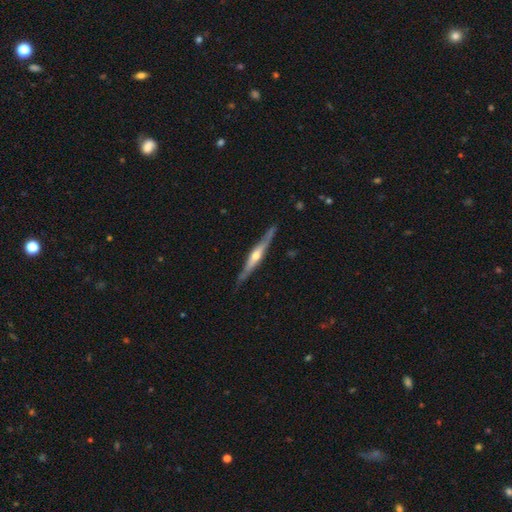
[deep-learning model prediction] smooth_or_featured: featured or disk (p=0.74) [alt: smooth p=0.21]
disk_edge_on: yes (p=0.96) [alt: no p=0.04]
edge_on_bulge: rounded (p=0.87) [alt: none p=0.07]
merging: none (p=0.83) [alt: minor disturbance p=0.13]